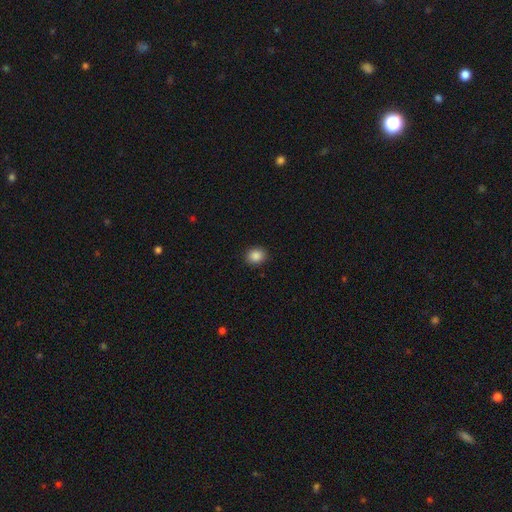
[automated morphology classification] smooth_or_featured: smooth (p=0.87) [alt: star or artifact p=0.10]
how_rounded: round (p=0.73) [alt: in between p=0.26]
merging: none (p=0.90) [alt: minor disturbance p=0.07]